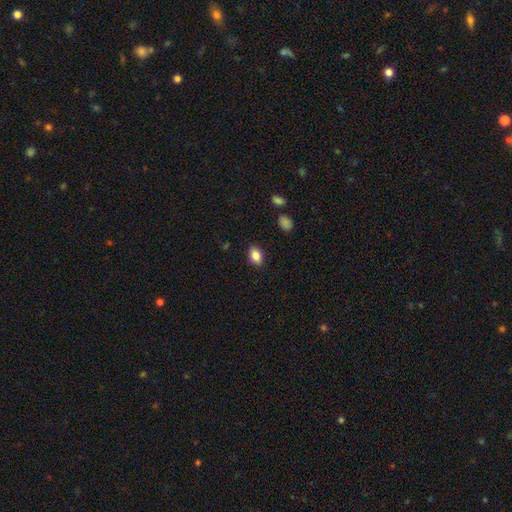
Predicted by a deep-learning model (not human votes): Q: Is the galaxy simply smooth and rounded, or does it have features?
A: smooth — 86%.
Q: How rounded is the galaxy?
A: in between — 80%.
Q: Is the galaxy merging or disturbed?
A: none — 88%.